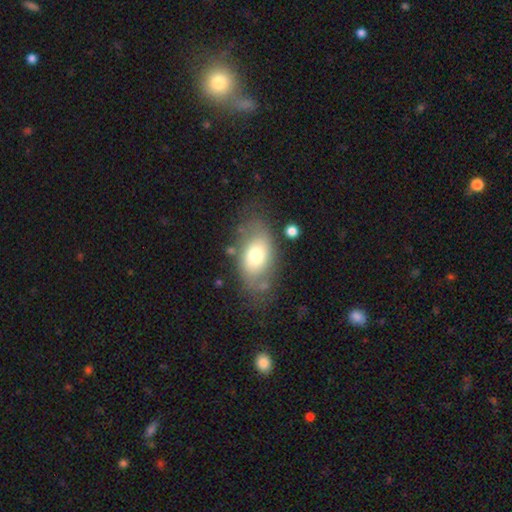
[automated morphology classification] This is likely a smooth galaxy (61%). How rounded: clearly in between (87%). Merging: likely none (61%).